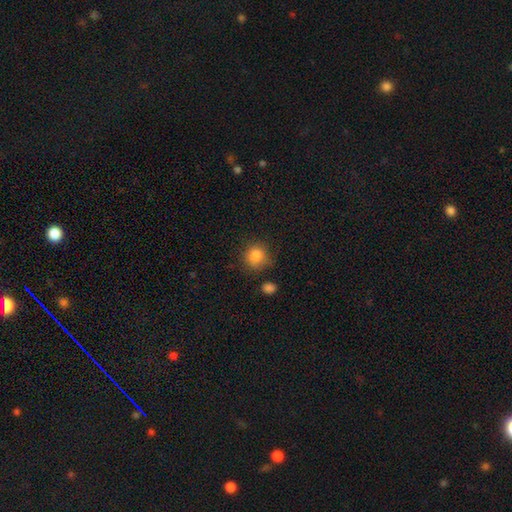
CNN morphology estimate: This is clearly a smooth galaxy (84%). How rounded: clearly round (87%). Merging: likely none (77%).